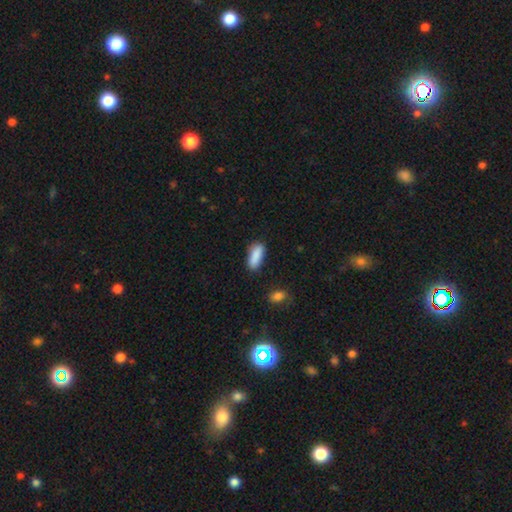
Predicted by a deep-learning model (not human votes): Smooth or featured: smooth — 89% (star or artifact — 7%)
How rounded: in between — 70% (cigar-shaped — 27%)
Merging: none — 81% (minor disturbance — 14%)